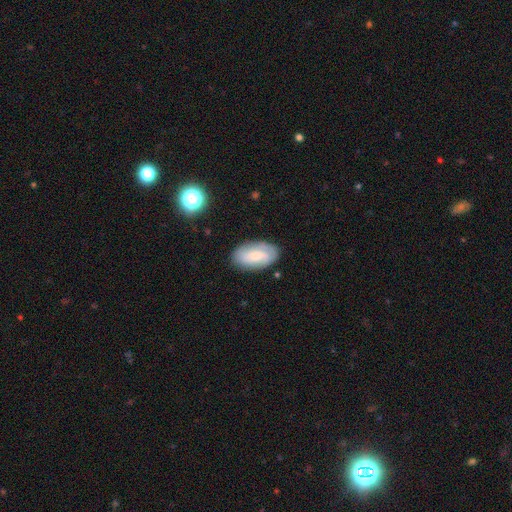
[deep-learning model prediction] Overall: smooth (52%; featured or disk 41%). How rounded: in between (93%). Merging: none (81%).